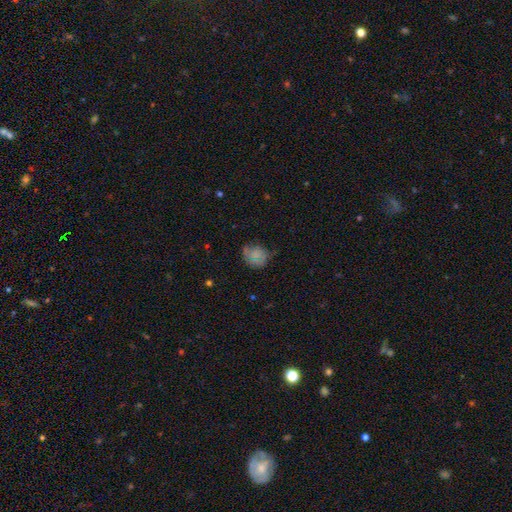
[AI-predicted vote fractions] This appears to be a smooth galaxy with no disk features (64%) that is round (66%). Merging: none (54%).